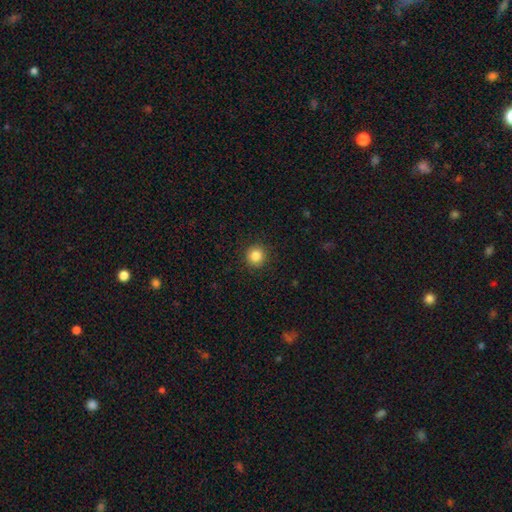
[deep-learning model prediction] Smooth or featured?
  - smooth: 85% *
  - star or artifact: 11%
  - featured or disk: 5%
How rounded?
  - round: 94% *
  - in between: 5%
  - cigar-shaped: 1%
Merging?
  - none: 92% *
  - minor disturbance: 5%
  - major disturbance: 2%
  - merger: 1%